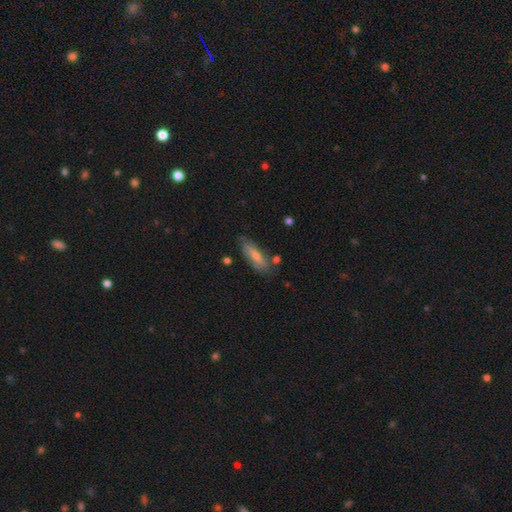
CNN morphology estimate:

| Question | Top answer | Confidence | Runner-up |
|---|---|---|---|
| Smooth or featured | smooth | 53% | featured or disk (39%) |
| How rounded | cigar-shaped | 53% | in between (44%) |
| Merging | none | 76% | minor disturbance (16%) |